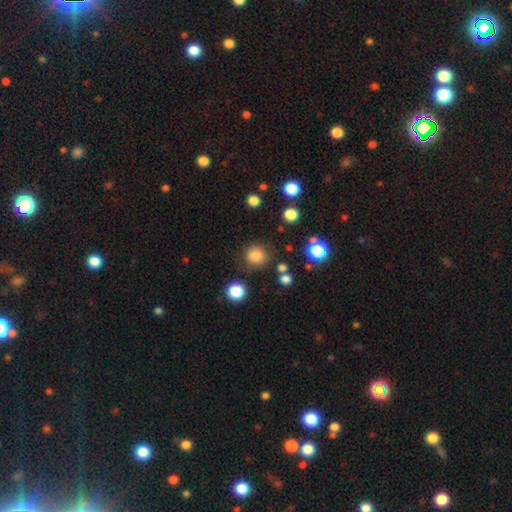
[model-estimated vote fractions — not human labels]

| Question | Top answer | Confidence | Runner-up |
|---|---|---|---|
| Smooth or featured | smooth | 83% | star or artifact (12%) |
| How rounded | round | 90% | in between (10%) |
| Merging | none | 82% | minor disturbance (10%) |